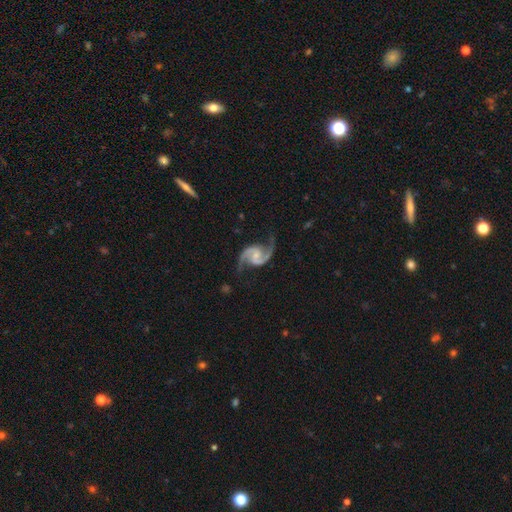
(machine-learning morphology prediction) Q: Smooth or featured?
A: featured or disk (93%); runner-up: star or artifact (4%)
Q: Edge-on disk?
A: no (98%); runner-up: yes (2%)
Q: Bar?
A: no (49%); runner-up: weak (40%)
Q: Spiral arms?
A: yes (98%); runner-up: no (2%)
Q: Spiral winding?
A: medium (49%); runner-up: loose (43%)
Q: Spiral arm count?
A: 2 (95%); runner-up: can't tell (1%)
Q: Bulge size?
A: small (56%); runner-up: moderate (30%)
Q: Merging?
A: none (77%); runner-up: minor disturbance (15%)